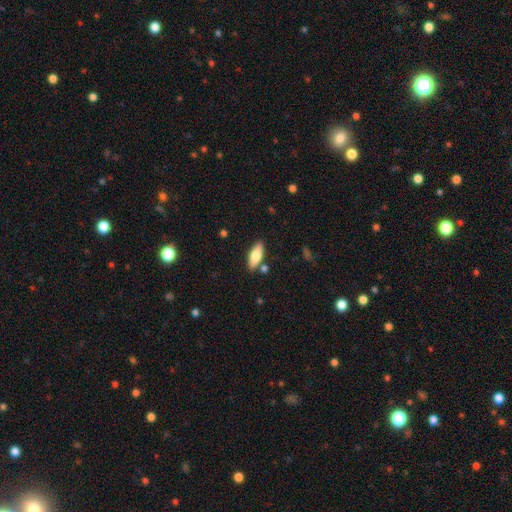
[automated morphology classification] This is likely a smooth galaxy (74%). How rounded: likely in between (73%). Merging: clearly none (82%).